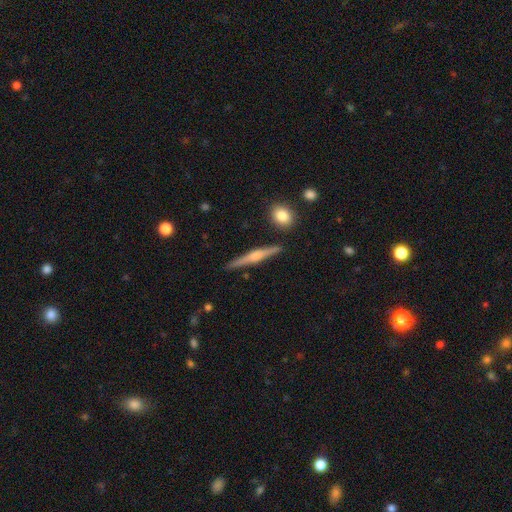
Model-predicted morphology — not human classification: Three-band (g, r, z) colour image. It shows a featured or disk galaxy (66%) viewed edge-on (98%) with a rounded central bulge (70%). Merging: none (88%).